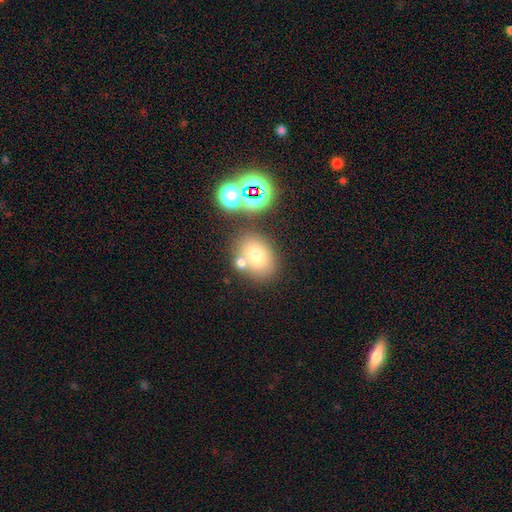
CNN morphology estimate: Smooth or featured? smooth (68%)
How rounded? in between (54%)
Merging? none (66%)